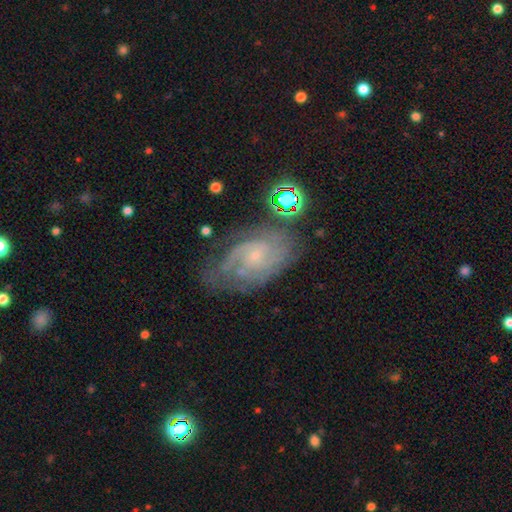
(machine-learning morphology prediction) Smooth or featured?
  - featured or disk: 77% *
  - smooth: 13%
  - star or artifact: 10%
Edge-on disk?
  - no: 96% *
  - yes: 4%
Bar?
  - no: 68% *
  - weak: 28%
  - strong: 4%
Spiral arms?
  - yes: 93% *
  - no: 7%
Spiral winding?
  - tight: 54% *
  - medium: 36%
  - loose: 10%
Spiral arm count?
  - can't tell: 38% *
  - 2: 34%
  - 3: 13%
  - 1: 5%
  - 4: 5%
  - more than 4: 4%
Bulge size?
  - small: 77% *
  - moderate: 14%
  - none: 7%
  - large: 1%
  - dominant: 1%
Merging?
  - none: 59% *
  - minor disturbance: 24%
  - major disturbance: 13%
  - merger: 4%